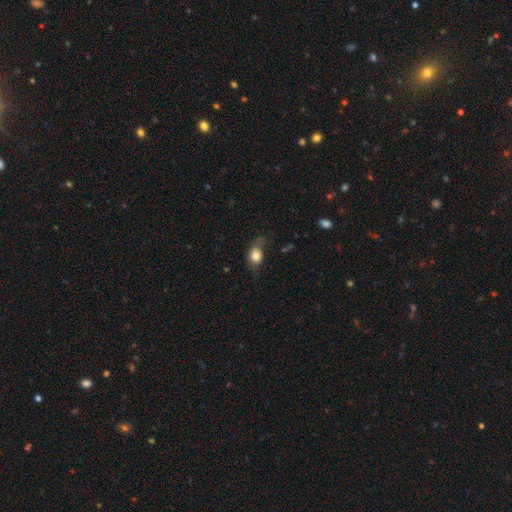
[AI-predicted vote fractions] This appears to be a smooth galaxy with no disk features (79%) that is in between round and cigar-shaped (54%). Merging: none (50%).